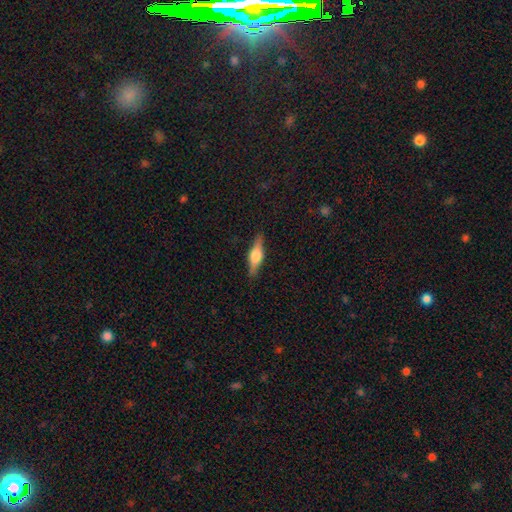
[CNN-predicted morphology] featured or disk 57%, smooth 37%, star or artifact 6%. Down the decision tree: edge-on disk — yes (96%); edge-on bulge — rounded (89%); merging — none (88%).